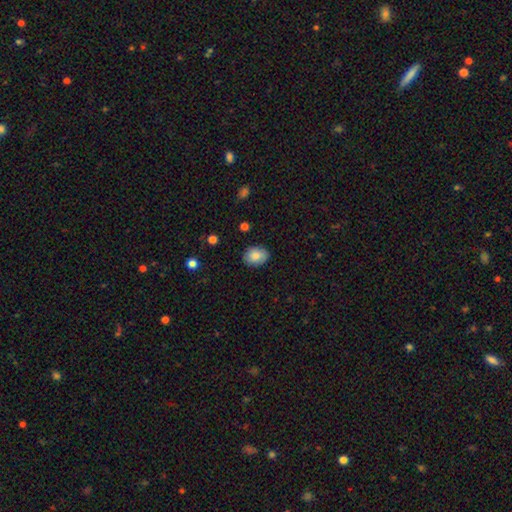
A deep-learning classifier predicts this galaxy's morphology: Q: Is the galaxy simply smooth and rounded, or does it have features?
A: smooth — 84%.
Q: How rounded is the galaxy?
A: in between — 69%.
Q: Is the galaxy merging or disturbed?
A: none — 85%.